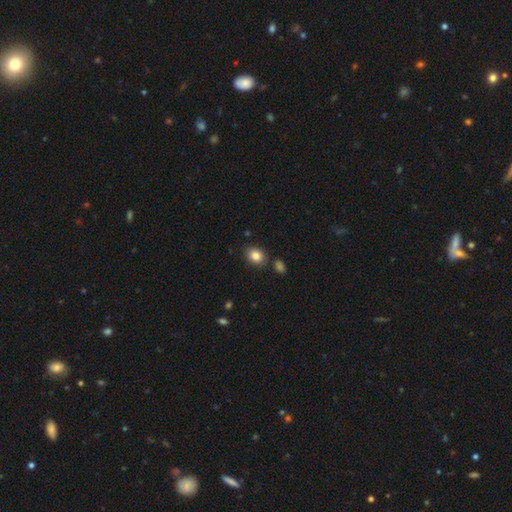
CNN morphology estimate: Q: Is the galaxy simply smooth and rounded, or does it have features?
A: smooth — 85%.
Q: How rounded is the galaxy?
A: in between — 59%.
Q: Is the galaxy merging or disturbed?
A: none — 81%.